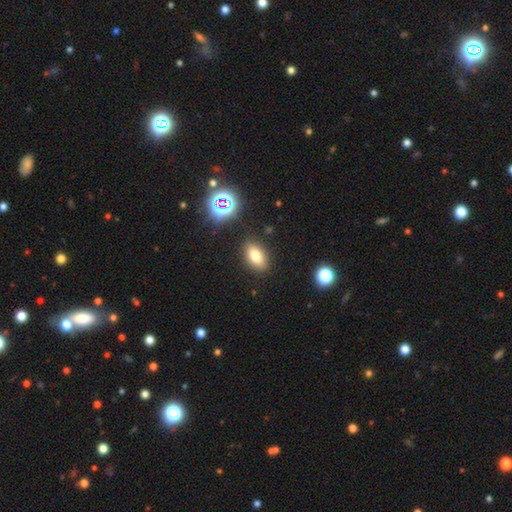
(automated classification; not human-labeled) This appears to be a smooth galaxy with no disk features (74%) that is in between round and cigar-shaped (86%). Merging: none (86%).